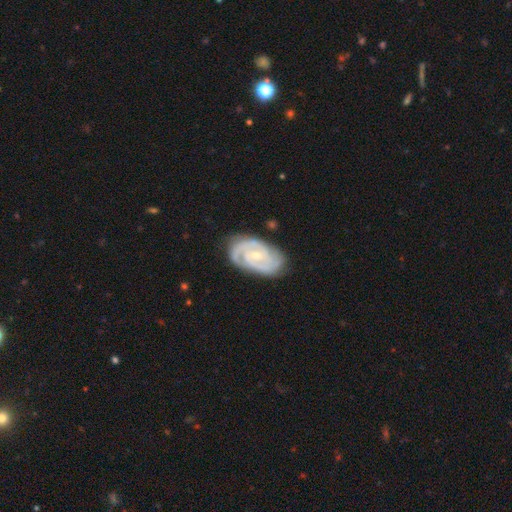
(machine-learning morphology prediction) This appears to be a featured or disk galaxy (89%) with no bar (54%), 2 (56%) tight (69%) spiral arms (98%) and a small central bulge (63%). Merging: none (78%).